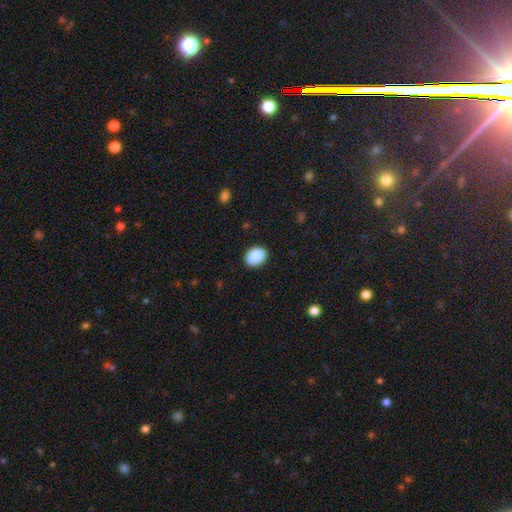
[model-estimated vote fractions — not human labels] A smooth galaxy with no disk features (90%) that is in between round and cigar-shaped (66%). Merging: none (89%).